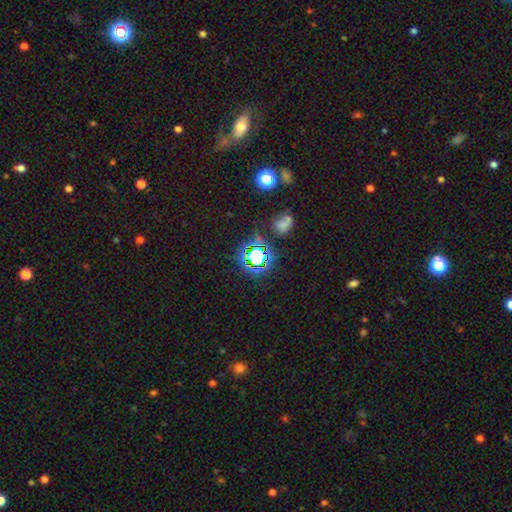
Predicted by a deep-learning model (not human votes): Smooth or featured?
  - star or artifact: 66% *
  - smooth: 24%
  - featured or disk: 10%